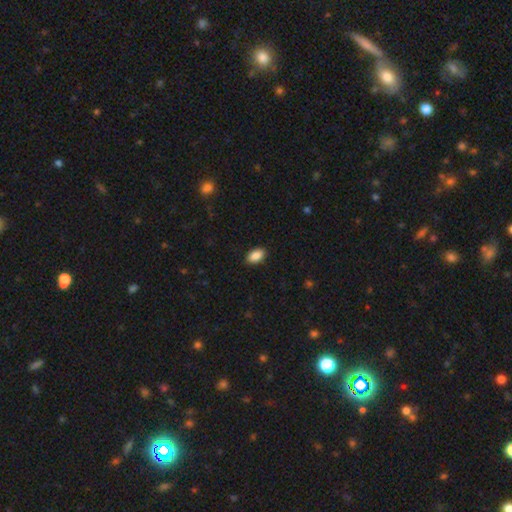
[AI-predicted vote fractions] Smooth or featured? Predicted: smooth (p=0.89). How rounded? Predicted: in between (p=0.93). Merging? Predicted: none (p=0.90).